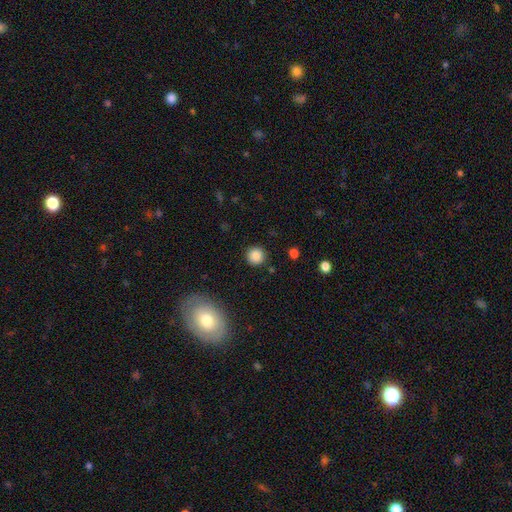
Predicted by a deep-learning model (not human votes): Morphology: type=smooth (86%); roundness=round (94%); merging=none (90%).